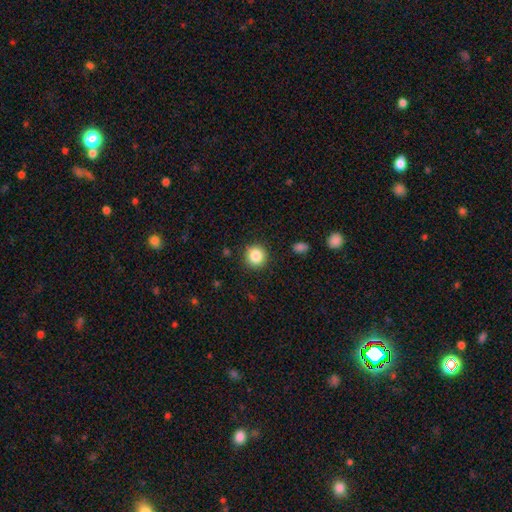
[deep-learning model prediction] The model was most divided on "smooth or featured": smooth: 86%, star or artifact: 10%, featured or disk: 5%. More confident: how rounded — round (93%); merging — none (90%).